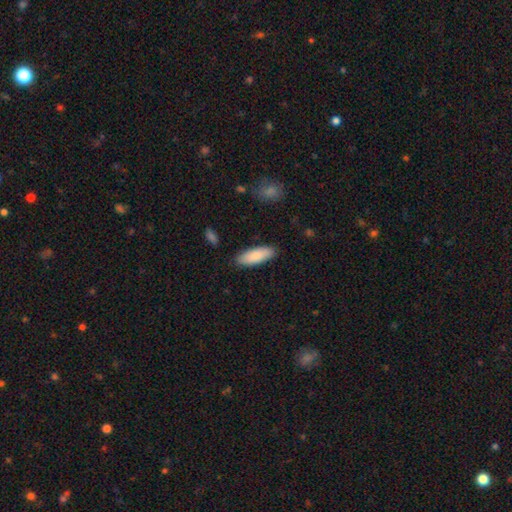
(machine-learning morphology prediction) This appears to be a smooth galaxy with no disk features (85%) that is in between round and cigar-shaped (68%). Merging: none (87%).